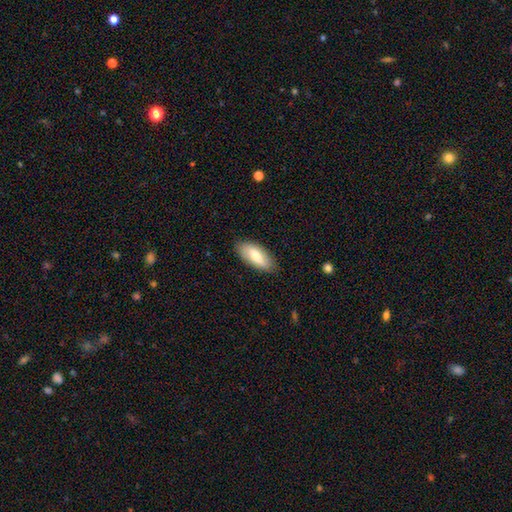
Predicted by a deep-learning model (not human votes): smooth_or_featured: smooth (p=0.70) [alt: featured or disk p=0.25]
how_rounded: in between (p=0.86) [alt: cigar-shaped p=0.12]
merging: none (p=0.85) [alt: minor disturbance p=0.12]